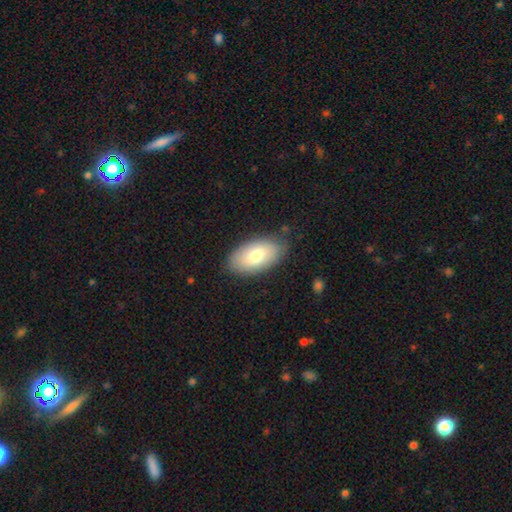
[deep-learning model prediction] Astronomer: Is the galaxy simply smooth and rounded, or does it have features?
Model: smooth — 75%.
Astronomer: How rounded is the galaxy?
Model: in between — 94%.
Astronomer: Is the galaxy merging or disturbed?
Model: none — 83%.